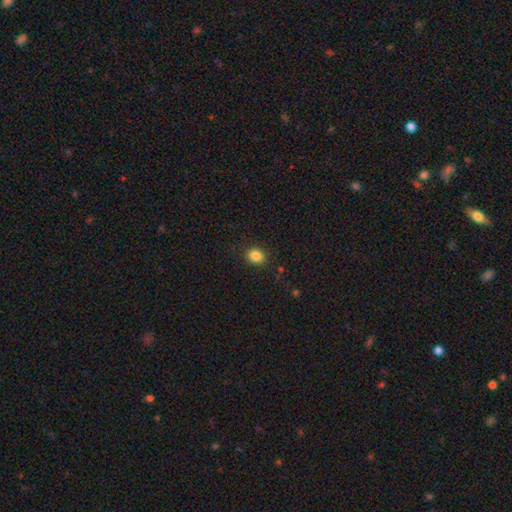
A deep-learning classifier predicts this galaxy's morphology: Smooth or featured: smooth — 85% (star or artifact — 11%)
How rounded: round — 67% (in between — 32%)
Merging: none — 89% (minor disturbance — 8%)